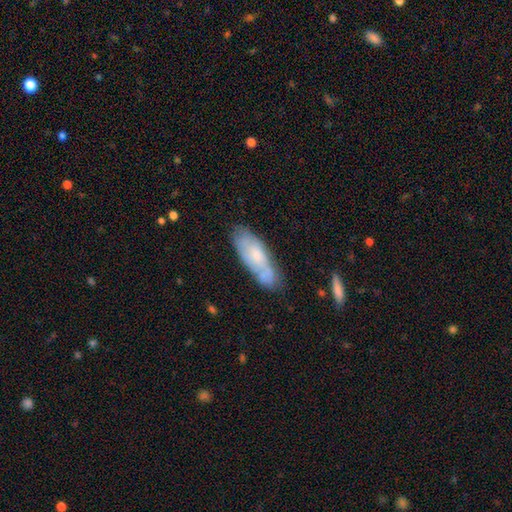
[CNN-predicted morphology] smooth_or_featured: smooth (p=0.51) [alt: featured or disk p=0.41]
how_rounded: in between (p=0.62) [alt: cigar-shaped p=0.36]
merging: none (p=0.66) [alt: minor disturbance p=0.22]